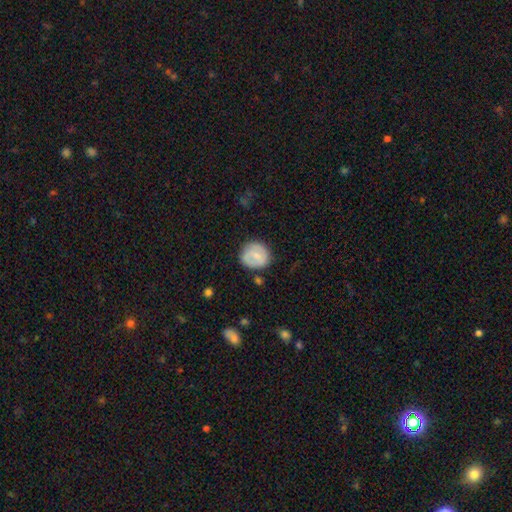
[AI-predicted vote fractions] The model was most divided on "smooth or featured": smooth: 66%, featured or disk: 27%, star or artifact: 7%. More confident: how rounded — round (85%); merging — none (76%).